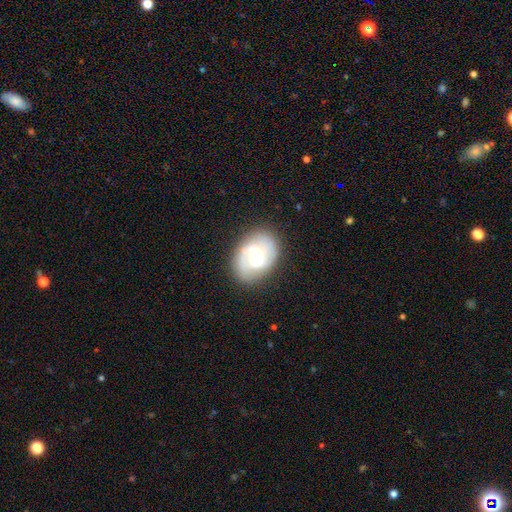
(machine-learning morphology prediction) Smooth or featured: featured or disk — 63% (smooth — 31%)
Edge-on disk: no — 96% (yes — 4%)
Bar: weak — 50% (no — 34%)
Spiral arms: yes — 77% (no — 23%)
Bulge size: moderate — 67% (large — 17%)
Merging: none — 79% (minor disturbance — 14%)